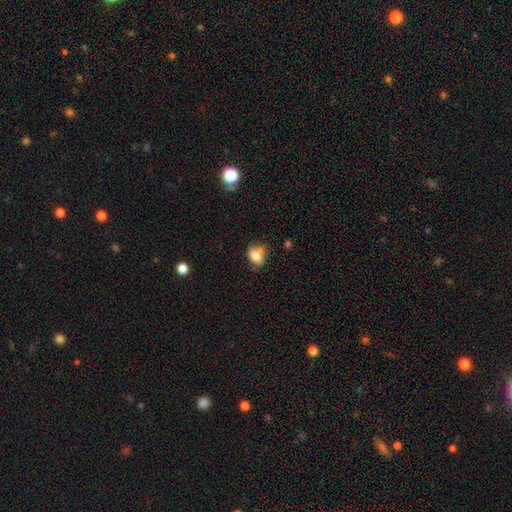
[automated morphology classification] Smooth or featured?
  - smooth: 75% *
  - featured or disk: 15%
  - star or artifact: 11%
How rounded?
  - in between: 61% *
  - round: 37%
  - cigar-shaped: 2%
Merging?
  - none: 51% *
  - minor disturbance: 25%
  - merger: 16%
  - major disturbance: 8%